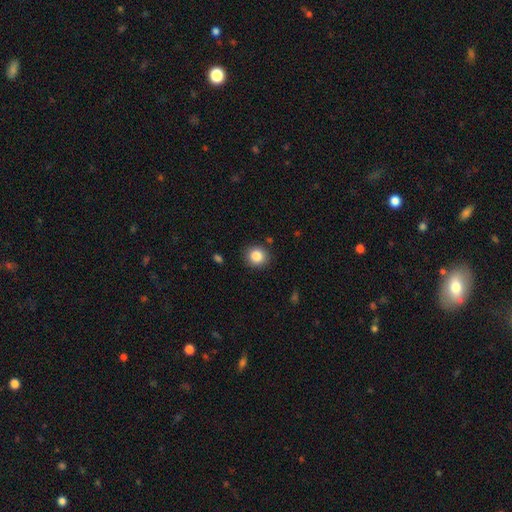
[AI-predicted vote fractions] The model was most divided on "smooth or featured": smooth: 85%, star or artifact: 10%, featured or disk: 5%. More confident: merging — none (88%); how rounded — round (88%).